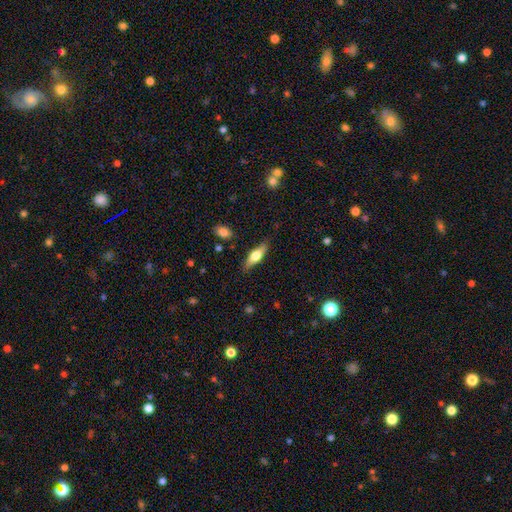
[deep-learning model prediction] Smooth or featured: smooth — 56% (featured or disk — 38%)
How rounded: cigar-shaped — 51% (in between — 47%)
Merging: none — 84% (minor disturbance — 12%)